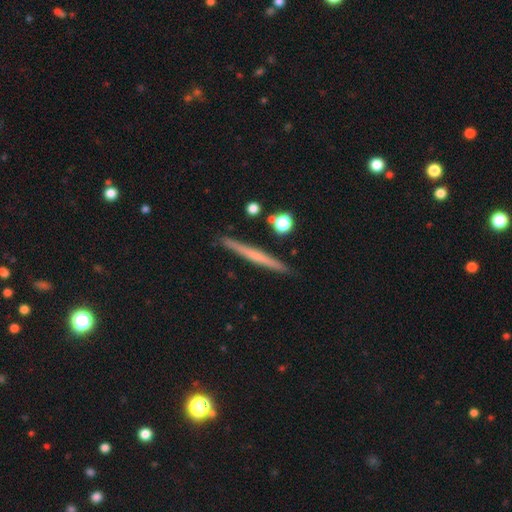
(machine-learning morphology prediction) A featured or disk galaxy (48%). Merging: none (90%).